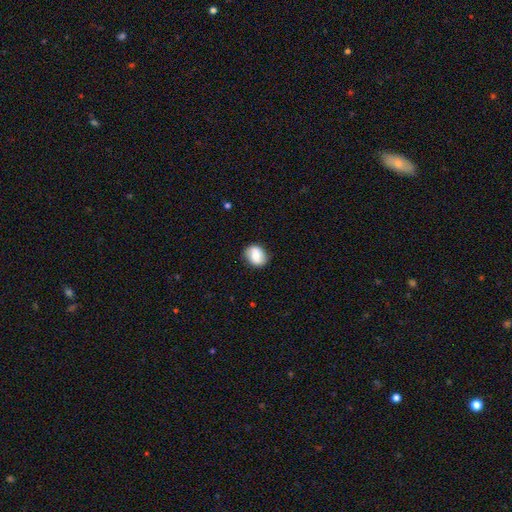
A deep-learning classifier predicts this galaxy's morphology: The model was most divided on "how rounded" (2-way tie): round: 49%, in between: 49%, cigar-shaped: 1%. More confident: merging — none (81%); smooth or featured — smooth (67%).